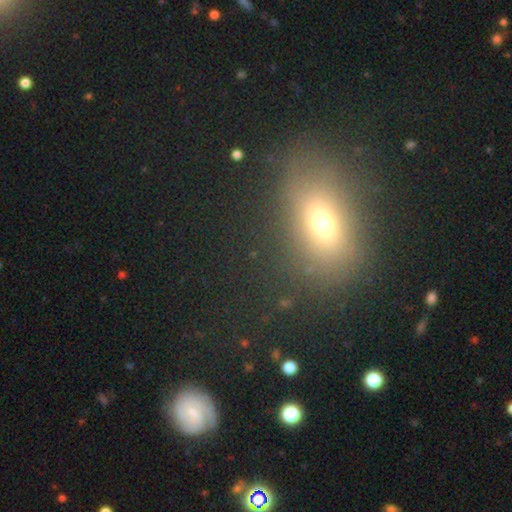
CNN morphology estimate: Smooth or featured: smooth — 58% (star or artifact — 26%)
How rounded: in between — 66% (round — 28%)
Merging: none — 75% (minor disturbance — 13%)